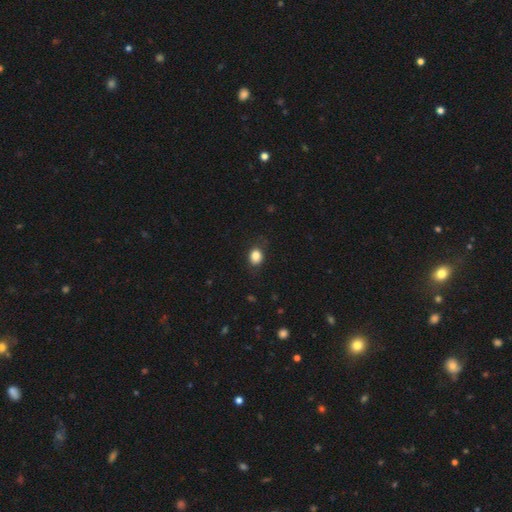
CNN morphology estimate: A smooth galaxy with no disk features (85%) that is in between round and cigar-shaped (50%). Merging: none (81%).